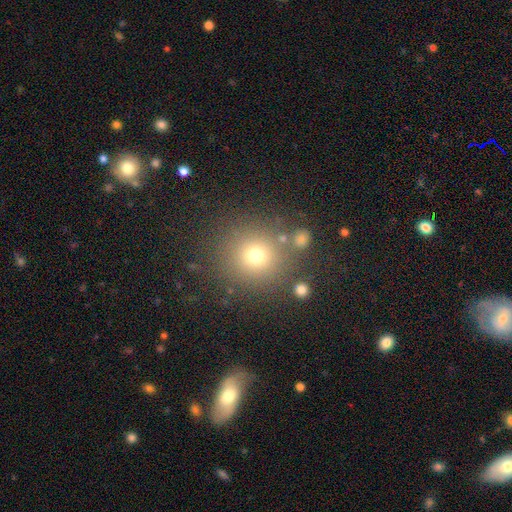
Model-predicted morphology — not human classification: A smooth galaxy with no disk features (70%) that is round (92%). Merging: none (80%).